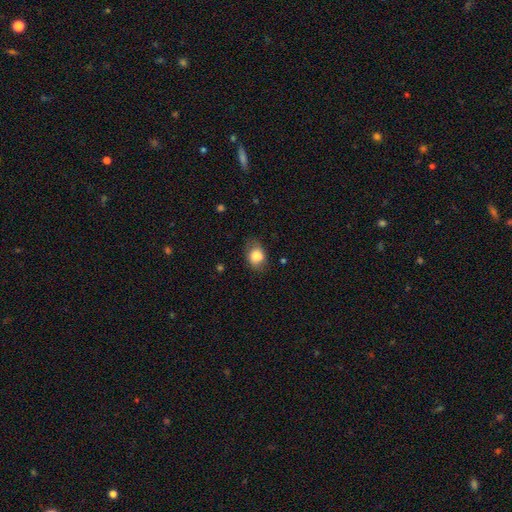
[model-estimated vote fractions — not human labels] Smooth or featured: smooth — 77% (featured or disk — 14%)
How rounded: in between — 64% (round — 35%)
Merging: none — 65% (minor disturbance — 23%)